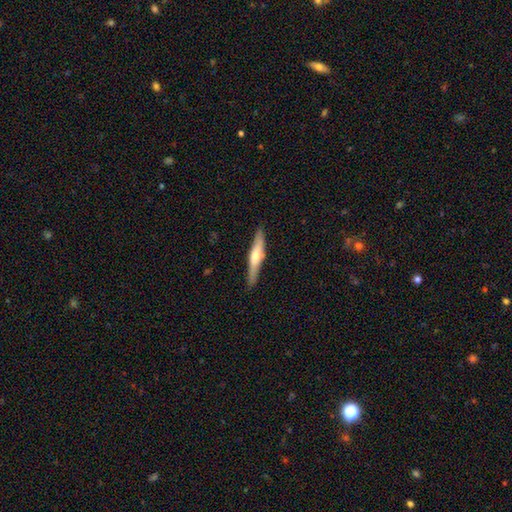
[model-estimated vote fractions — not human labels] This is possibly a featured or disk galaxy (52%). It is clearly viewed edge-on (94%). Merging: clearly none (87%).